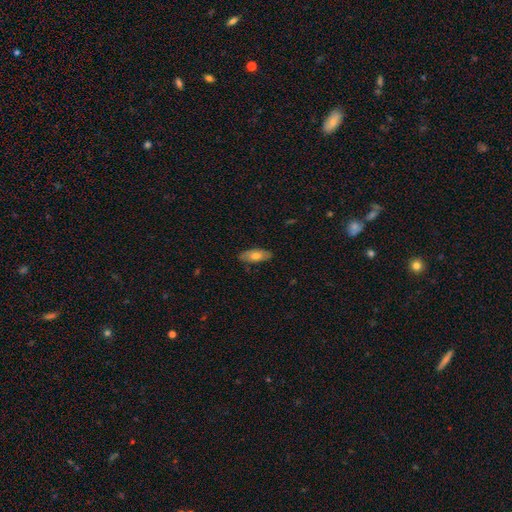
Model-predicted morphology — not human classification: Q: Smooth or featured?
A: smooth (66%); runner-up: featured or disk (28%)
Q: How rounded?
A: in between (80%); runner-up: cigar-shaped (18%)
Q: Merging?
A: none (85%); runner-up: minor disturbance (12%)